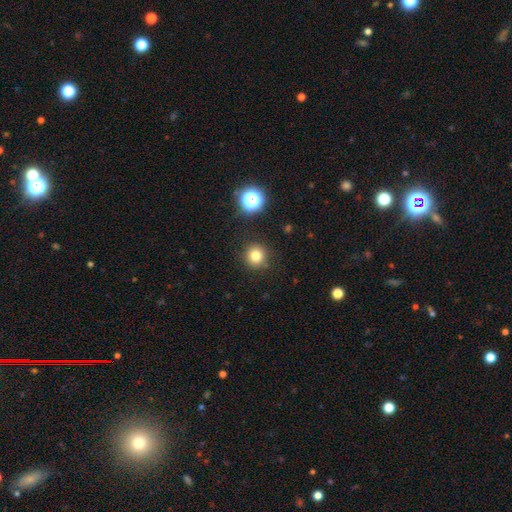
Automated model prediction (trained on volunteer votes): Morphology: type=smooth (80%); roundness=round (94%); merging=none (89%).